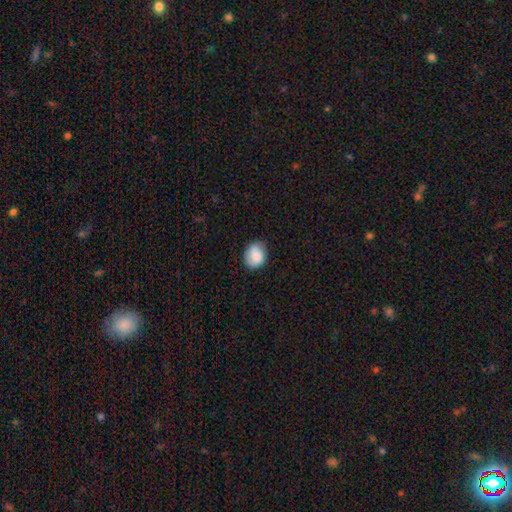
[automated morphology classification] Overall: smooth (80%). How rounded: round (59%; in between 40%). Merging: none (77%).